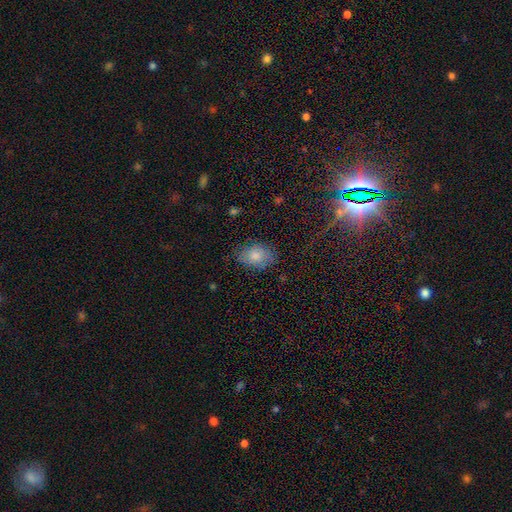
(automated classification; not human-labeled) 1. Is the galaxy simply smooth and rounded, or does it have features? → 76% smooth, 13% featured or disk, 11% star or artifact.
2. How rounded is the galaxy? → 80% in between, 19% round, 1% cigar-shaped.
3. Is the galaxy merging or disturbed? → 71% none, 21% minor disturbance, 7% major disturbance, 2% merger.